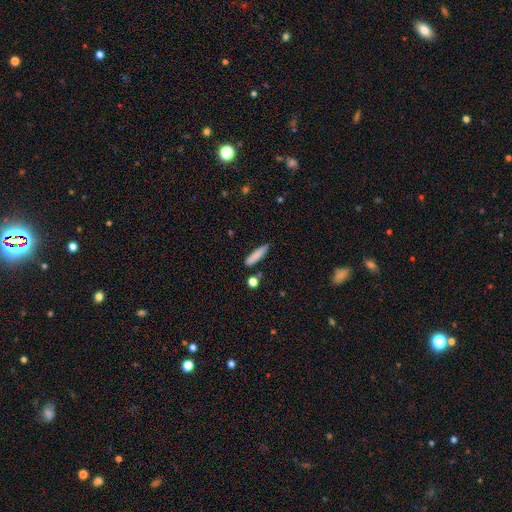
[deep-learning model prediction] A smooth galaxy with no disk features (83%) that is cigar-shaped (82%). Merging: none (78%).